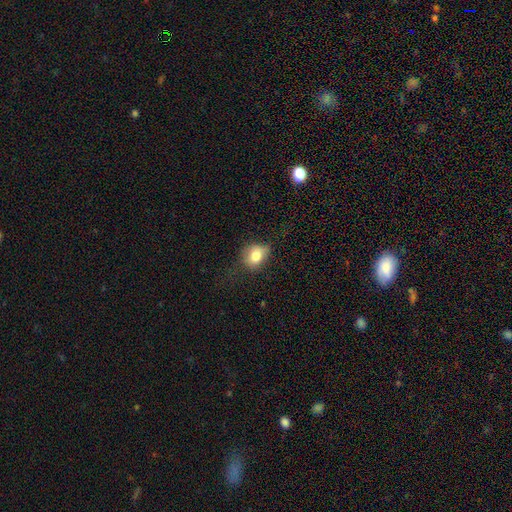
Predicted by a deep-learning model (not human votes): A smooth galaxy with no disk features (76%) that is round (53%). Merging: none (57%).